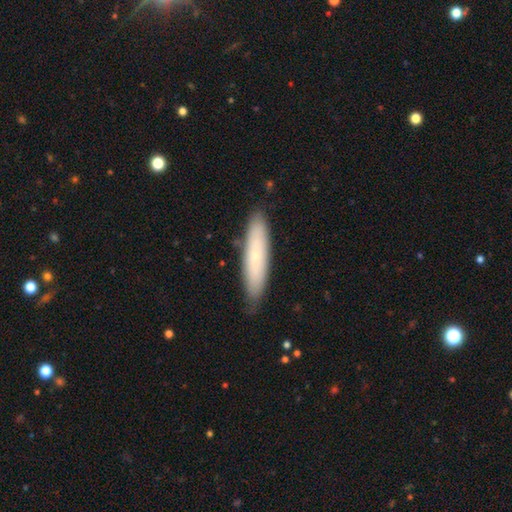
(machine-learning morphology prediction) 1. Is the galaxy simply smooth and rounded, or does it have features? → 66% smooth, 28% featured or disk, 7% star or artifact.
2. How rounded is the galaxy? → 78% cigar-shaped, 20% in between, 1% round.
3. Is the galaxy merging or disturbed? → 84% none, 12% minor disturbance, 2% major disturbance, 1% merger.